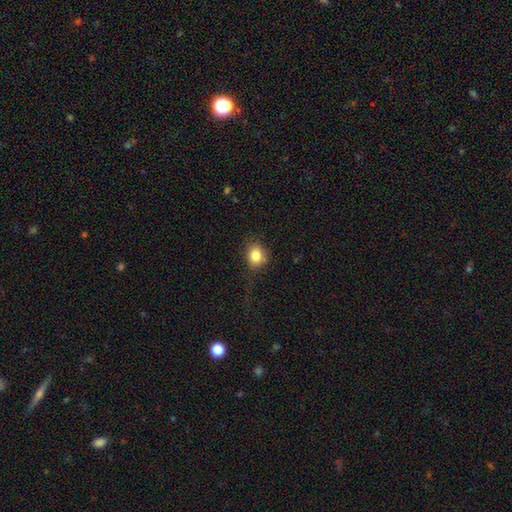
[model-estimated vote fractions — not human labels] Smooth or featured?
  - smooth: 82% *
  - star or artifact: 11%
  - featured or disk: 7%
How rounded?
  - round: 66% *
  - in between: 33%
  - cigar-shaped: 1%
Merging?
  - none: 72% *
  - minor disturbance: 18%
  - major disturbance: 8%
  - merger: 2%